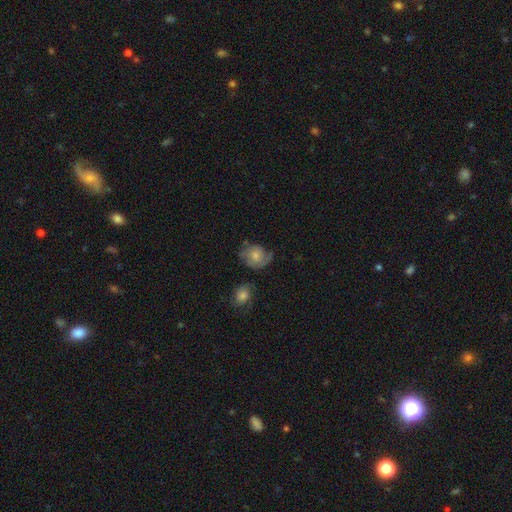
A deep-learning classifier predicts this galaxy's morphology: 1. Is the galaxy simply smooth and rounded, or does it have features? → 51% smooth, 40% featured or disk, 8% star or artifact.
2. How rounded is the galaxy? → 65% round, 34% in between, 1% cigar-shaped.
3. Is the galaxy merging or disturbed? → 51% none, 30% minor disturbance, 14% major disturbance, 4% merger.